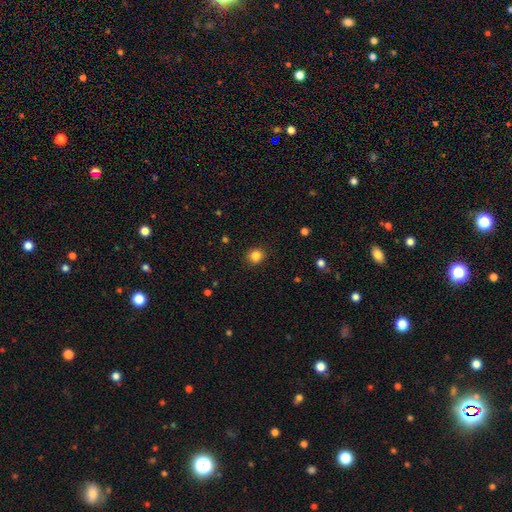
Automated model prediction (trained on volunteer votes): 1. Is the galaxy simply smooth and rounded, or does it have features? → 84% smooth, 11% star or artifact, 4% featured or disk.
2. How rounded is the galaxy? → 85% round, 14% in between, 1% cigar-shaped.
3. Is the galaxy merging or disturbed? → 90% none, 7% minor disturbance, 2% major disturbance, 1% merger.